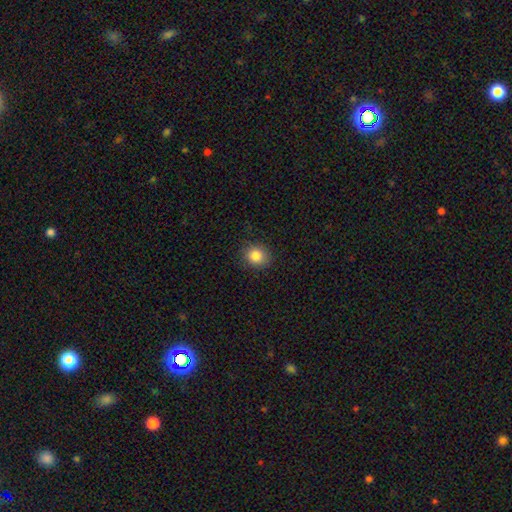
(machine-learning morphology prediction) Q: Smooth or featured?
A: smooth (85%); runner-up: star or artifact (10%)
Q: How rounded?
A: round (80%); runner-up: in between (19%)
Q: Merging?
A: none (86%); runner-up: minor disturbance (10%)